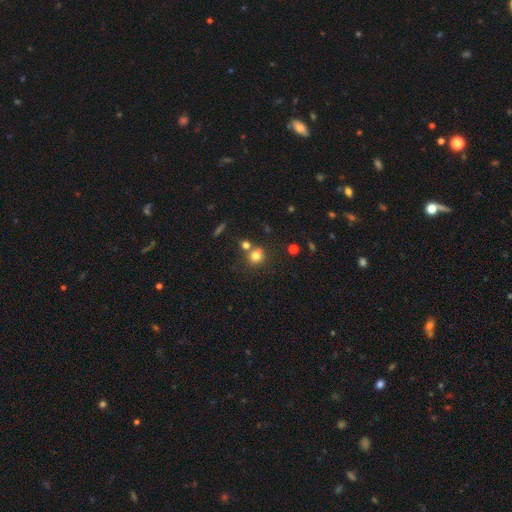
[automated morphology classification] smooth-or-featured: smooth: 76% | star or artifact: 14% | featured or disk: 10%
  how-rounded: round: 82% | in between: 17% | cigar-shaped: 1%
  merging: none: 57% | merger: 28% | minor disturbance: 10% | major disturbance: 4%